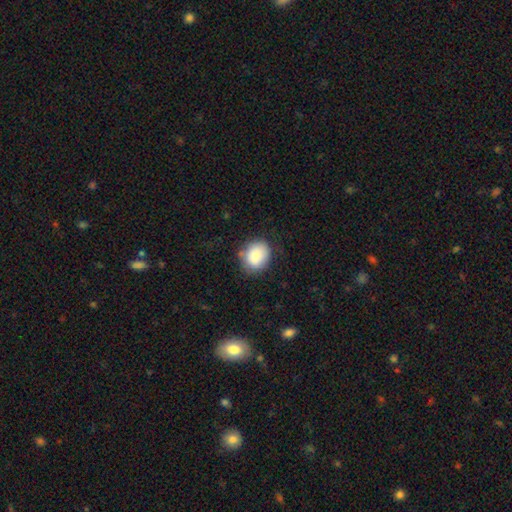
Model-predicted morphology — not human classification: smooth-or-featured: smooth: 85% | star or artifact: 7% | featured or disk: 7%
  how-rounded: round: 58% | in between: 41% | cigar-shaped: 1%
  merging: none: 74% | minor disturbance: 18% | major disturbance: 6% | merger: 2%